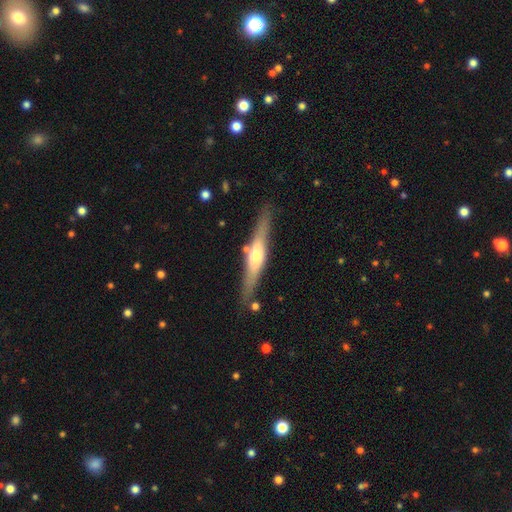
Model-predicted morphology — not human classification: featured or disk 60%, smooth 35%, star or artifact 5%. Down the decision tree: edge-on disk — yes (91%); edge-on bulge — rounded (85%); merging — none (80%).